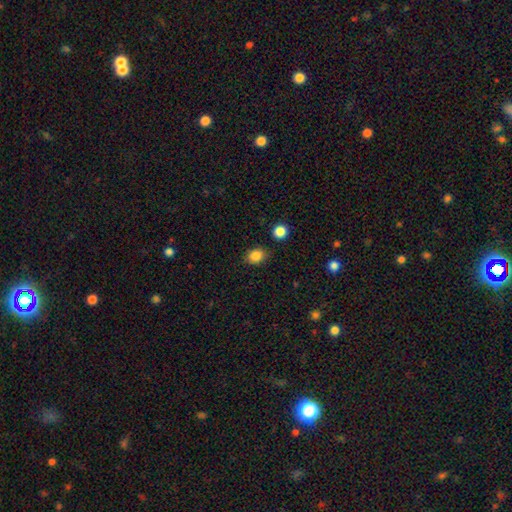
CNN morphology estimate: This appears to be a smooth galaxy with no disk features (86%) that is in between round and cigar-shaped (51%). Merging: none (81%).